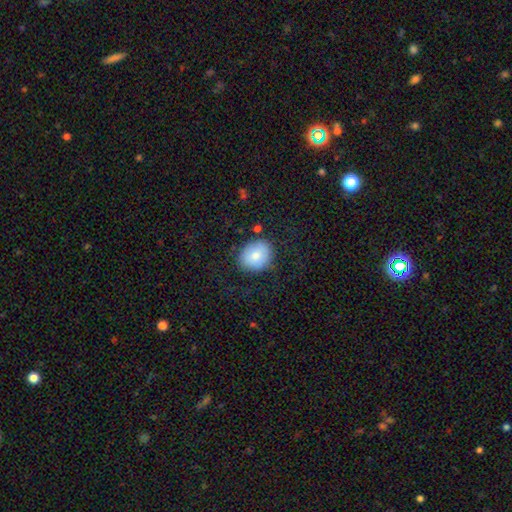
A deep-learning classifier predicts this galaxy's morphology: This appears to be a smooth galaxy with no disk features (80%) that is round (59%). Merging: none (78%).